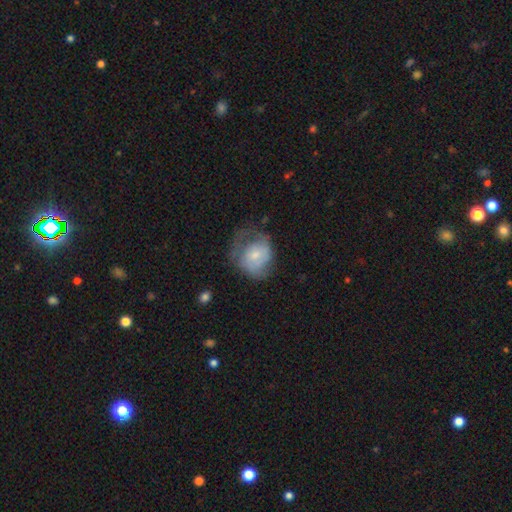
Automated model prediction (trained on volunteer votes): Smooth or featured: smooth — 52% (featured or disk — 40%)
How rounded: round — 59% (in between — 40%)
Merging: major disturbance — 37% (none — 32%)